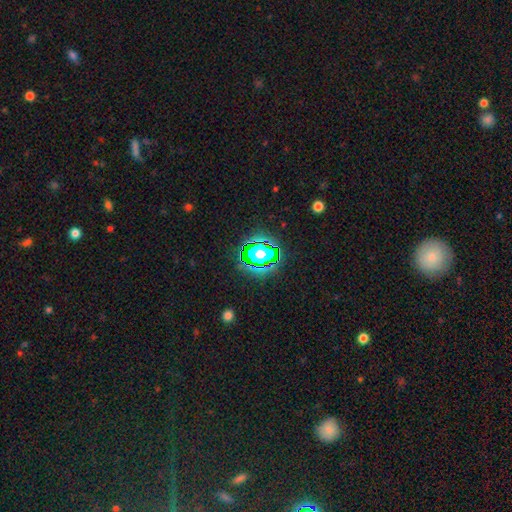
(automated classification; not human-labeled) Q: Smooth or featured?
A: star or artifact (77%); runner-up: smooth (15%)